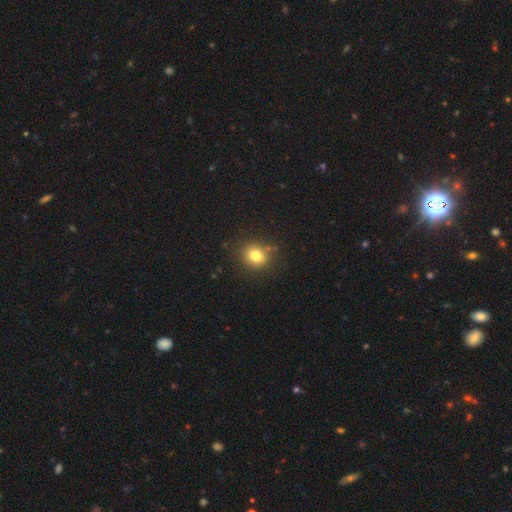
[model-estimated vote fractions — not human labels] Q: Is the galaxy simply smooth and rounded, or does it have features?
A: smooth — 79%.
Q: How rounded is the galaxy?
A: round — 77%.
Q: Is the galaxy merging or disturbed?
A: none — 84%.